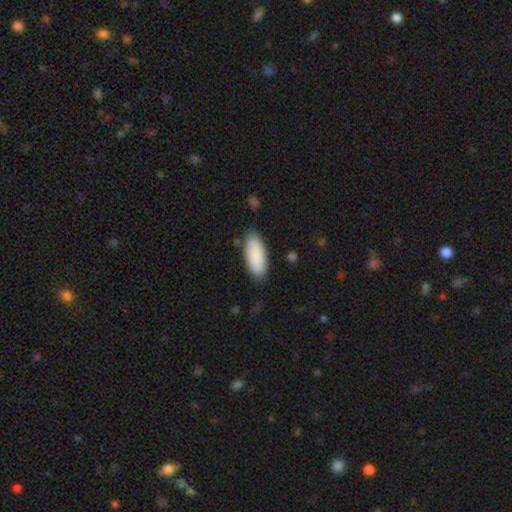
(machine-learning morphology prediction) The model was most divided on "how rounded": in between: 81%, cigar-shaped: 17%, round: 2%. More confident: smooth or featured — smooth (90%); merging — none (83%).